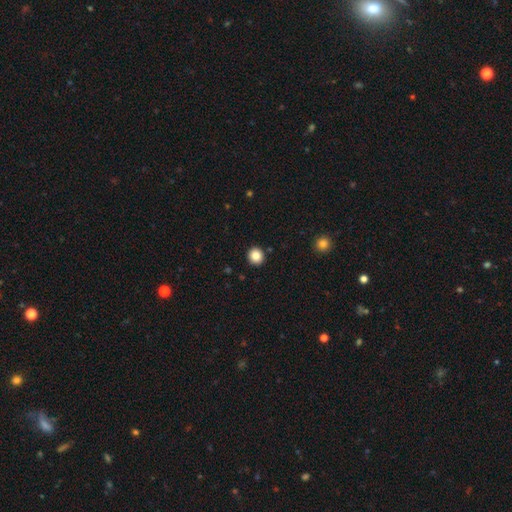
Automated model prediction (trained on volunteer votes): Smooth or featured?
  - smooth: 85% *
  - star or artifact: 10%
  - featured or disk: 5%
How rounded?
  - round: 90% *
  - in between: 9%
  - cigar-shaped: 1%
Merging?
  - none: 92% *
  - minor disturbance: 5%
  - major disturbance: 2%
  - merger: 1%